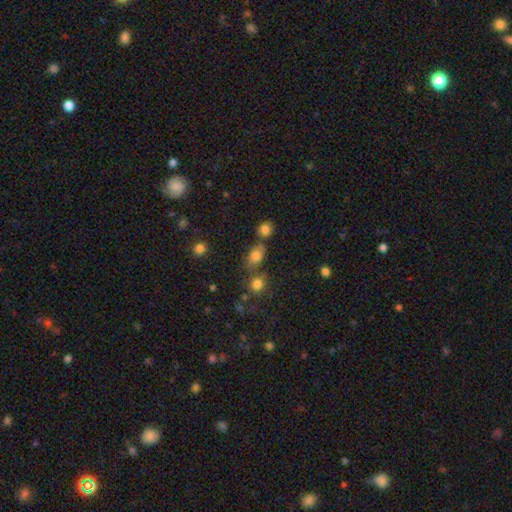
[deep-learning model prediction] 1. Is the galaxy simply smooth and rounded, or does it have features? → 77% smooth, 14% star or artifact, 9% featured or disk.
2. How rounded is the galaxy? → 72% in between, 26% round, 3% cigar-shaped.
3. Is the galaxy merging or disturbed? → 61% none, 20% merger, 14% minor disturbance, 5% major disturbance.